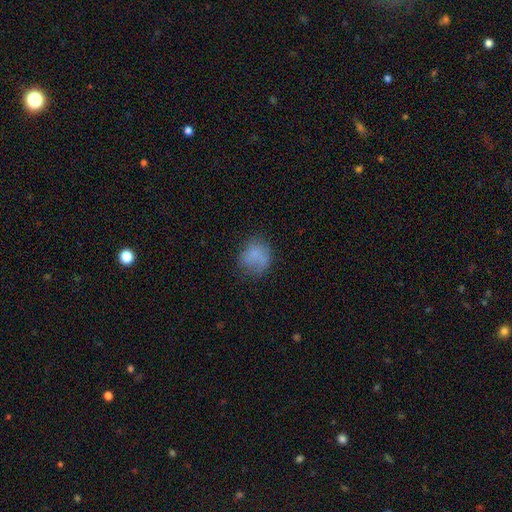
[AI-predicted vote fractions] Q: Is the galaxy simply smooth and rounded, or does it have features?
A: smooth — 73%.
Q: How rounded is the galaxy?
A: round — 71%.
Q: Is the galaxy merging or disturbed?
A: none — 55%.